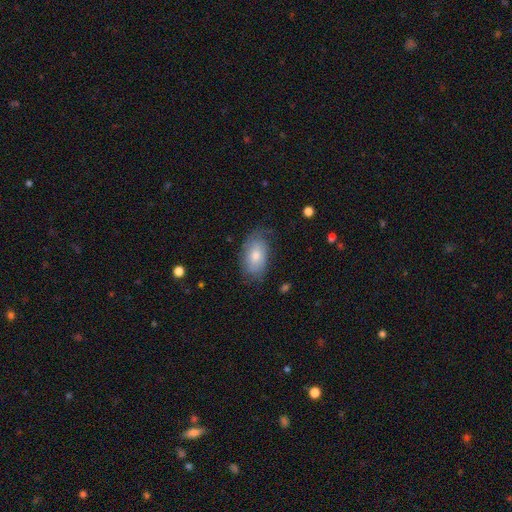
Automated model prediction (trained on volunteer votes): This appears to be a smooth galaxy with no disk features (68%) that is in between round and cigar-shaped (92%). Merging: none (65%).